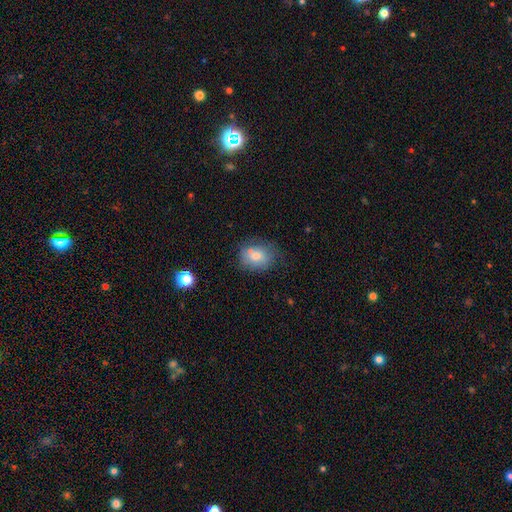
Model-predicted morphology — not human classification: Q: Smooth or featured?
A: smooth (74%); runner-up: featured or disk (16%)
Q: How rounded?
A: in between (56%); runner-up: round (43%)
Q: Merging?
A: none (62%); runner-up: minor disturbance (21%)